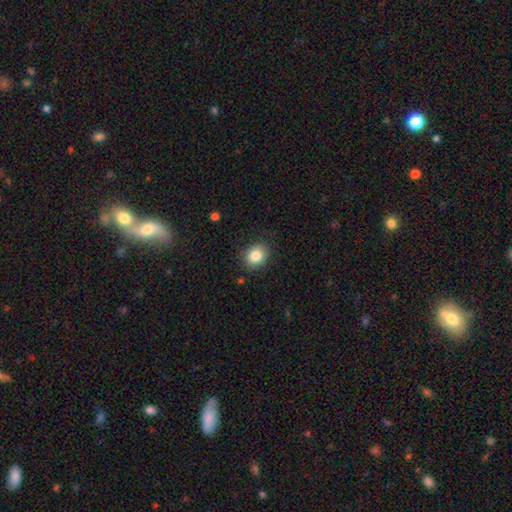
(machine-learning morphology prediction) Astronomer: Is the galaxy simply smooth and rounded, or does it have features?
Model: smooth — 84%.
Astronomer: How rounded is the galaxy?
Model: round — 56% (runner-up: in between, 43%).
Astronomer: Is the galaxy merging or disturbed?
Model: none — 84%.